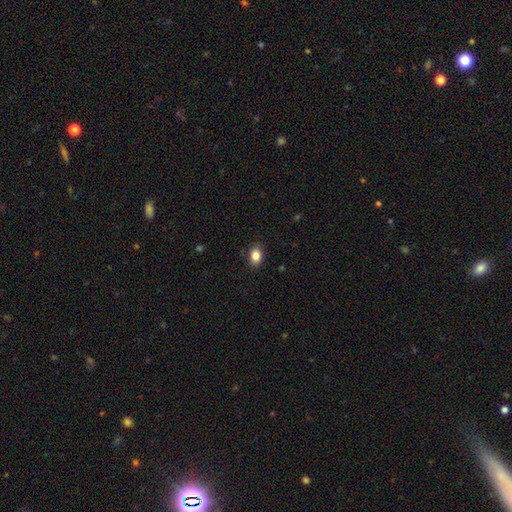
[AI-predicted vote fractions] Smooth or featured? smooth (85%)
How rounded? in between (73%)
Merging? none (87%)